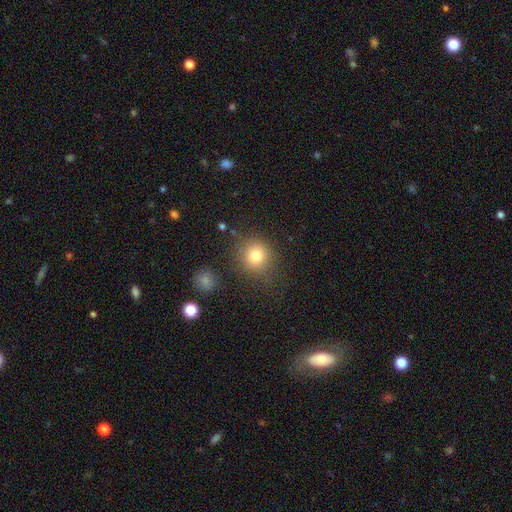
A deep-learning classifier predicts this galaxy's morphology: A smooth galaxy with no disk features (79%) that is round (88%). Merging: none (79%).